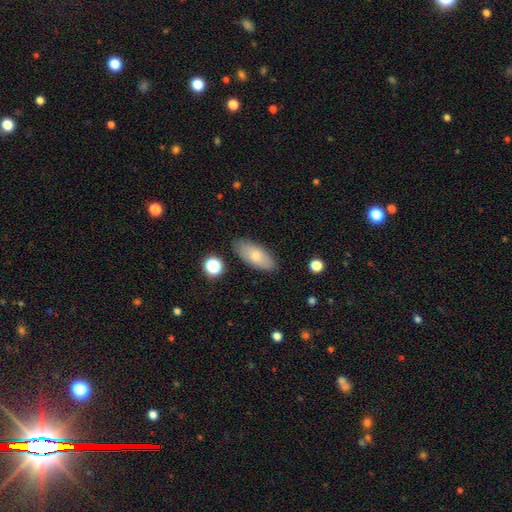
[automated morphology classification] Smooth or featured? Predicted: smooth (p=0.75). How rounded? Predicted: in between (p=0.84). Merging? Predicted: none (p=0.84).